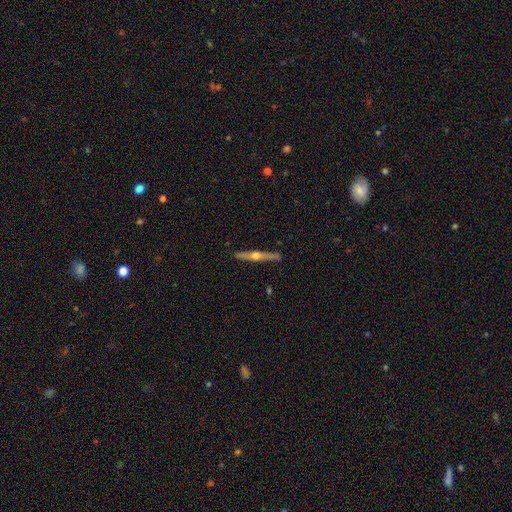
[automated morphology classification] Overall: featured or disk (77%). Edge-on disk: yes (98%). Edge-on bulge: rounded (94%). Merging: none (91%).